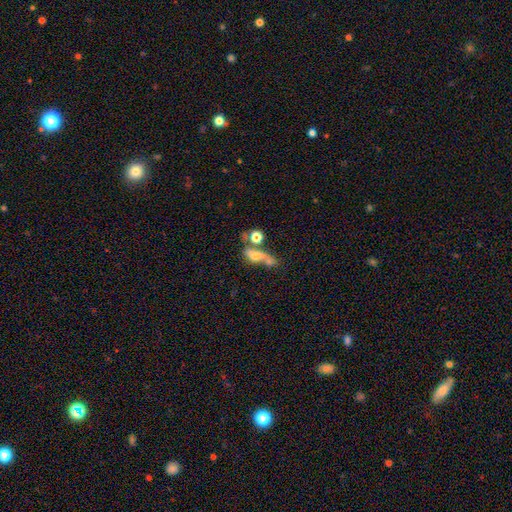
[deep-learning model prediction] smooth_or_featured: smooth (p=0.47) [alt: featured or disk p=0.38]
merging: merger (p=0.39) [alt: none p=0.24]